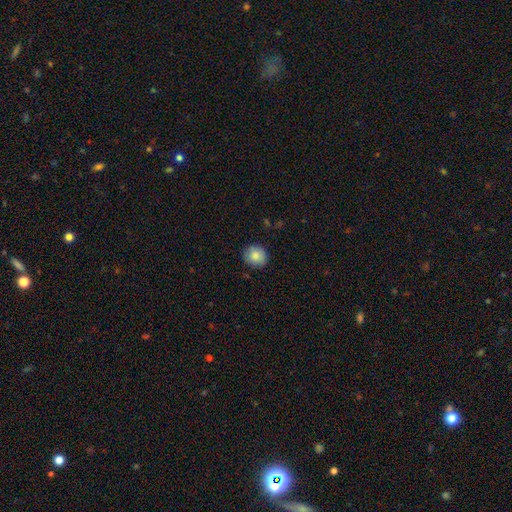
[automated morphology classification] Q: Smooth or featured?
A: smooth (85%); runner-up: star or artifact (8%)
Q: How rounded?
A: round (80%); runner-up: in between (19%)
Q: Merging?
A: none (87%); runner-up: minor disturbance (10%)